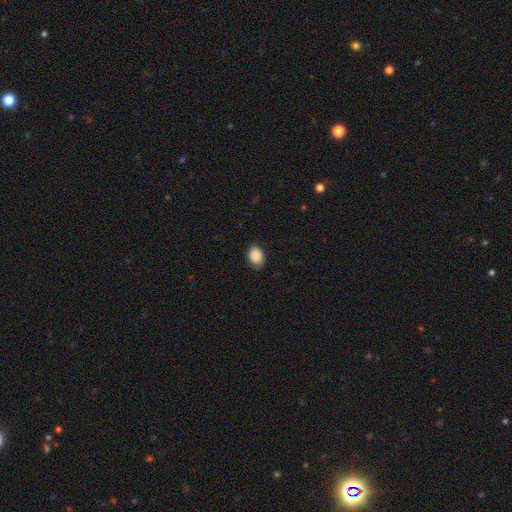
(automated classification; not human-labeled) smooth_or_featured: smooth (p=0.89) [alt: star or artifact p=0.07]
how_rounded: in between (p=0.76) [alt: round p=0.23]
merging: none (p=0.80) [alt: minor disturbance p=0.16]